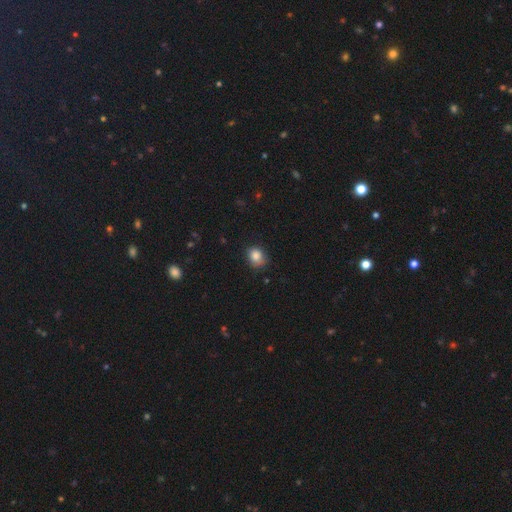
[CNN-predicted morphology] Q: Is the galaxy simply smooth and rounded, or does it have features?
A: smooth — 85%.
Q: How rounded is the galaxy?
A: round — 61%.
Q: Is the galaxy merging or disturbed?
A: none — 73%.